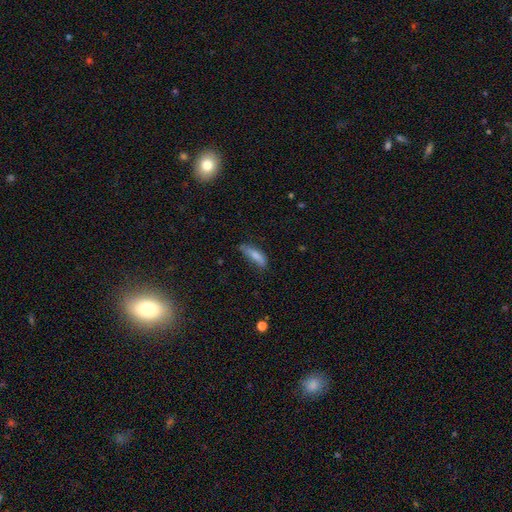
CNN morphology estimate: A smooth galaxy with no disk features (78%) that is cigar-shaped (59%). Merging: none (53%).